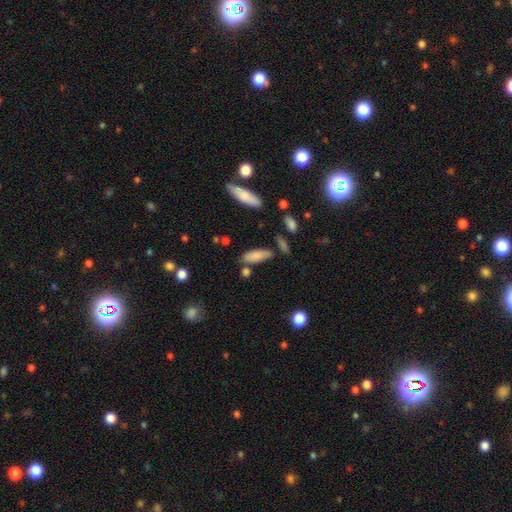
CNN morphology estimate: Q: Smooth or featured?
A: smooth (82%); runner-up: featured or disk (11%)
Q: How rounded?
A: in between (65%); runner-up: cigar-shaped (33%)
Q: Merging?
A: none (70%); runner-up: minor disturbance (17%)